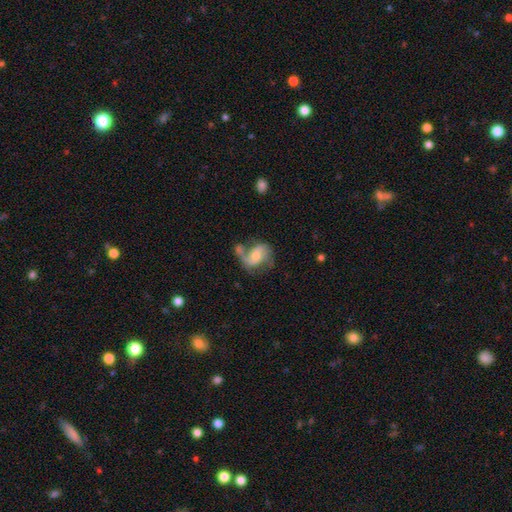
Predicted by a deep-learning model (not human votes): Smooth or featured: featured or disk — 76% (smooth — 17%)
Edge-on disk: no — 97% (yes — 3%)
Bar: no — 48% (weak — 40%)
Spiral arms: yes — 91% (no — 9%)
Spiral winding: loose — 47% (medium — 41%)
Spiral arm count: 2 — 66% (1 — 24%)
Bulge size: moderate — 49% (small — 39%)
Merging: none — 40% (major disturbance — 25%)